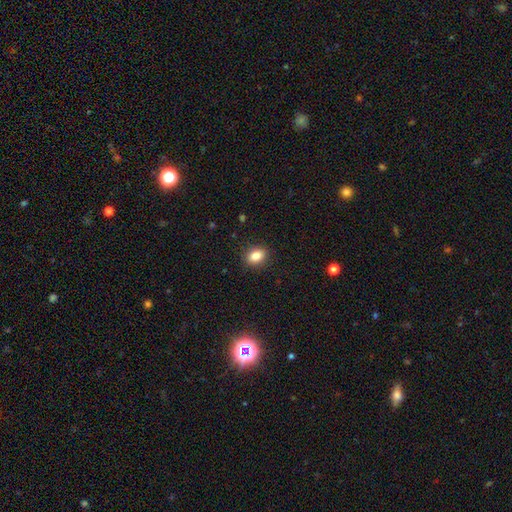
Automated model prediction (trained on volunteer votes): Q: Smooth or featured?
A: smooth (83%); runner-up: star or artifact (10%)
Q: How rounded?
A: in between (67%); runner-up: round (32%)
Q: Merging?
A: none (89%); runner-up: minor disturbance (8%)